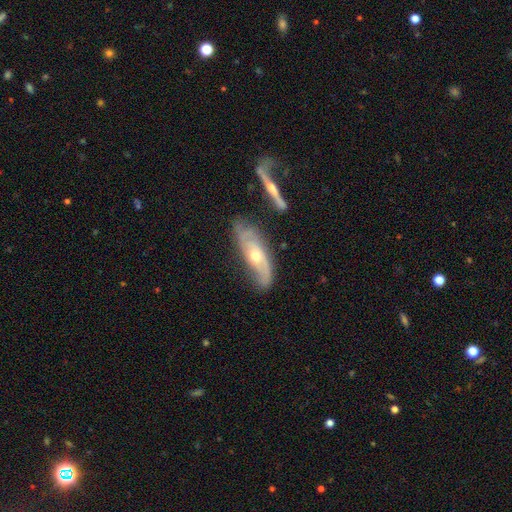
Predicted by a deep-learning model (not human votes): Smooth or featured: featured or disk — 73% (smooth — 19%)
Edge-on disk: no — 77% (yes — 23%)
Bar: no — 73% (weak — 20%)
Spiral arms: yes — 84% (no — 16%)
Bulge size: moderate — 56% (small — 41%)
Merging: none — 57% (minor disturbance — 26%)